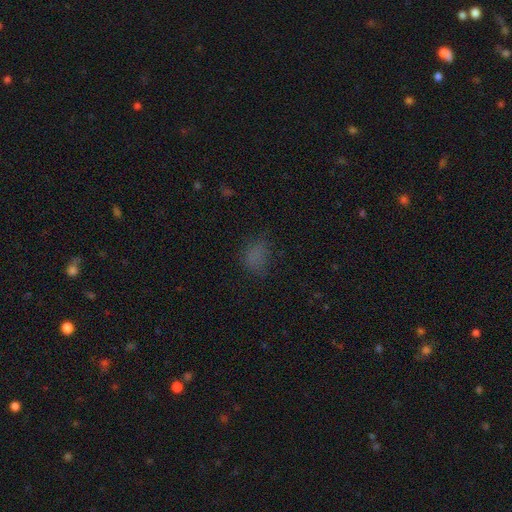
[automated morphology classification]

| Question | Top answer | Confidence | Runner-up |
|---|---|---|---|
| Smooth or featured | smooth | 70% | star or artifact (23%) |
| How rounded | in between | 63% | round (35%) |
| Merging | none | 67% | minor disturbance (21%) |